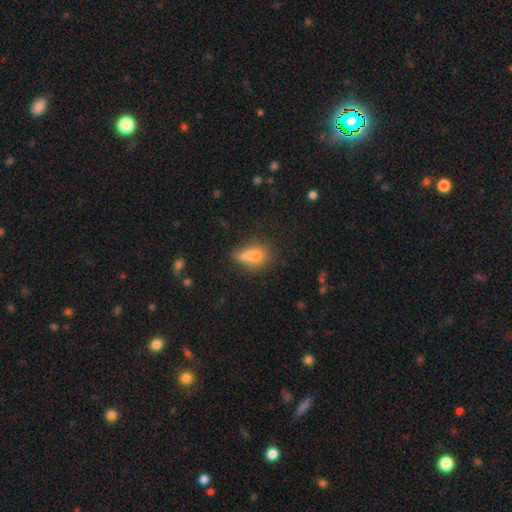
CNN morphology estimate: A smooth galaxy with no disk features (67%) that is in between round and cigar-shaped (63%). Merging: none (48%).